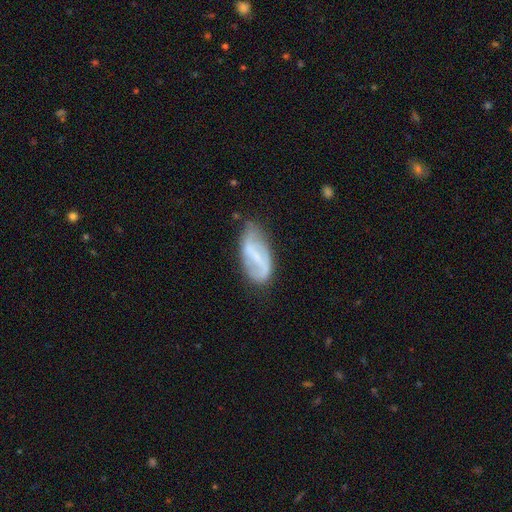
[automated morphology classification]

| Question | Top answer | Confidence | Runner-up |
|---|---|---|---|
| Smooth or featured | featured or disk | 67% | smooth (25%) |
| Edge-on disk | no | 93% | yes (7%) |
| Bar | strong | 45% | weak (39%) |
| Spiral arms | yes | 77% | no (23%) |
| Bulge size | small | 52% | none (30%) |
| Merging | none | 63% | minor disturbance (27%) |